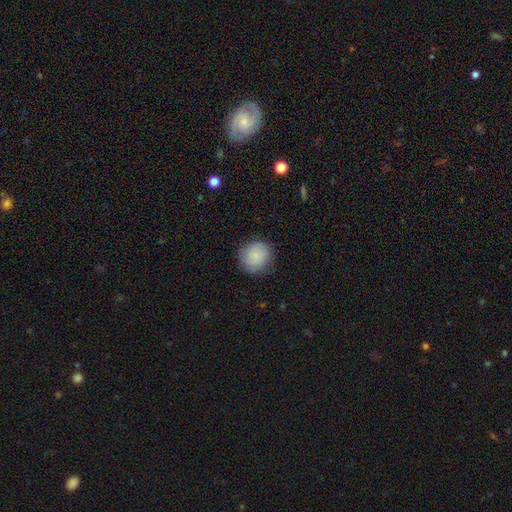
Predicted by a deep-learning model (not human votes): Overall: smooth (86%). How rounded: round (91%). Merging: none (85%).